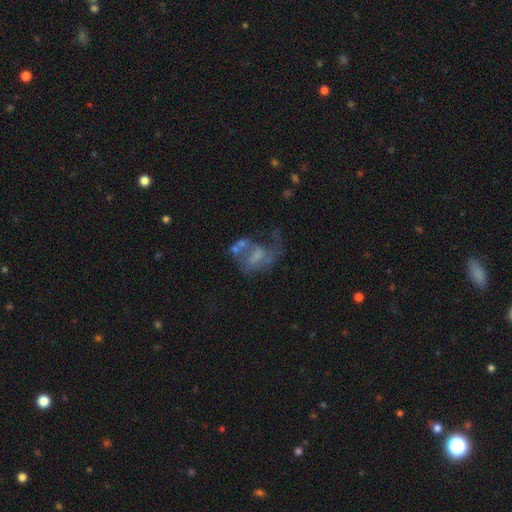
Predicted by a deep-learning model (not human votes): The model was most divided on "merging": major disturbance: 36%, none: 29%, merger: 19%, minor disturbance: 16%. Remaining: edge-on disk — no (97%); smooth or featured — featured or disk (61%); bar — no (55%); spiral arms — yes (54%); bulge size — none (44%).